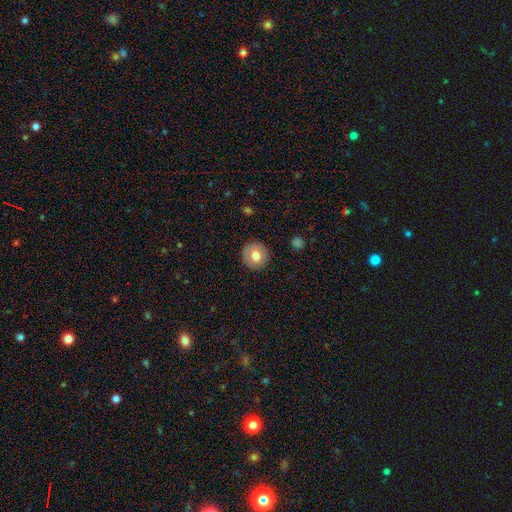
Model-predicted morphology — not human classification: A smooth galaxy with no disk features (75%) that is round (94%). Merging: none (90%).